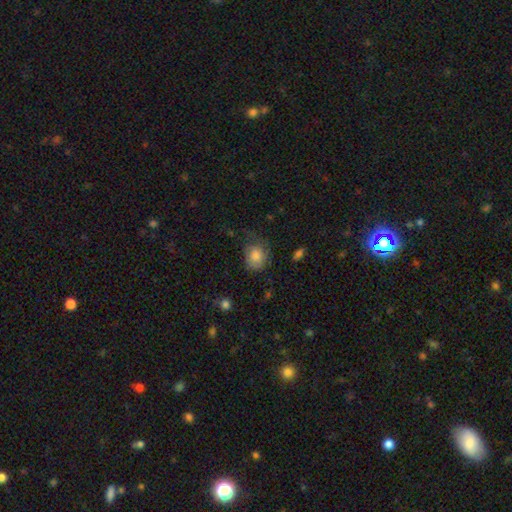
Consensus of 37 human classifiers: Smooth or featured? smooth (76%)
How rounded? round (75%)
Merging? none (62%)